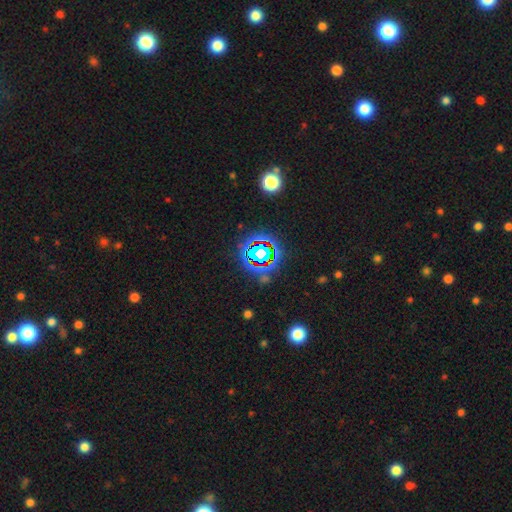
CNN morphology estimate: Q: Smooth or featured?
A: star or artifact (79%); runner-up: smooth (12%)